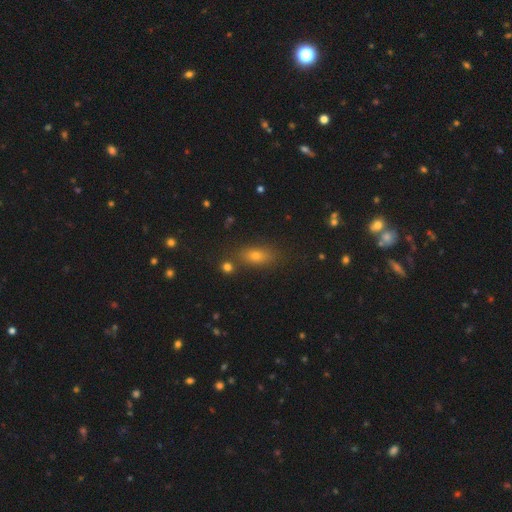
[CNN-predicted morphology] This appears to be a smooth galaxy with no disk features (67%) that is in between round and cigar-shaped (71%). Merging: none (77%).